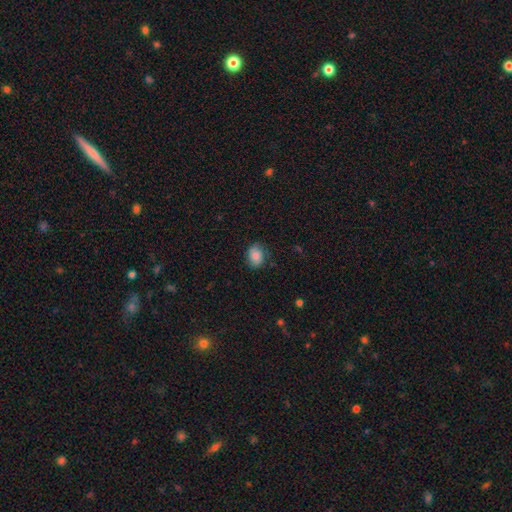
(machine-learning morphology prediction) type=smooth (80%); roundness=in between (61%); merging=none (74%).